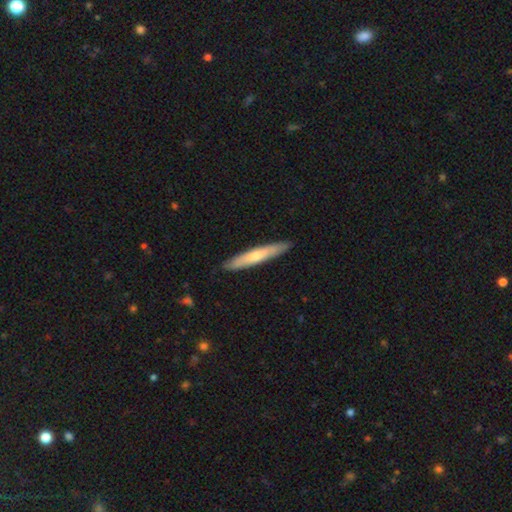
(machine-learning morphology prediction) Smooth or featured? Predicted: smooth (p=0.60). How rounded? Predicted: cigar-shaped (p=0.93). Merging? Predicted: none (p=0.89).